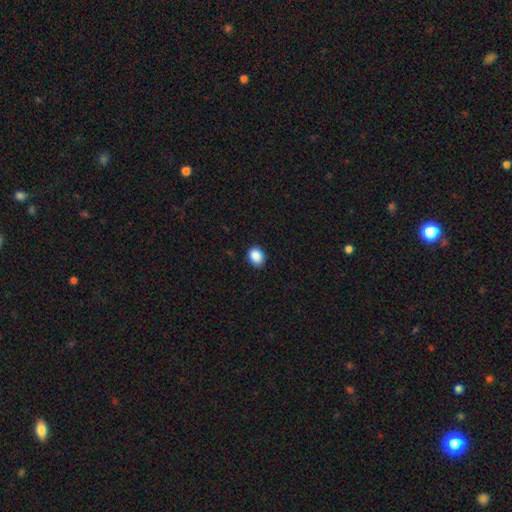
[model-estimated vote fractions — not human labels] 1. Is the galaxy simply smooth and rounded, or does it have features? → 88% smooth, 8% star or artifact, 3% featured or disk.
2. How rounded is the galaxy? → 54% in between, 45% round, 1% cigar-shaped.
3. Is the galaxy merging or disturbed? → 89% none, 8% minor disturbance, 2% major disturbance, 1% merger.